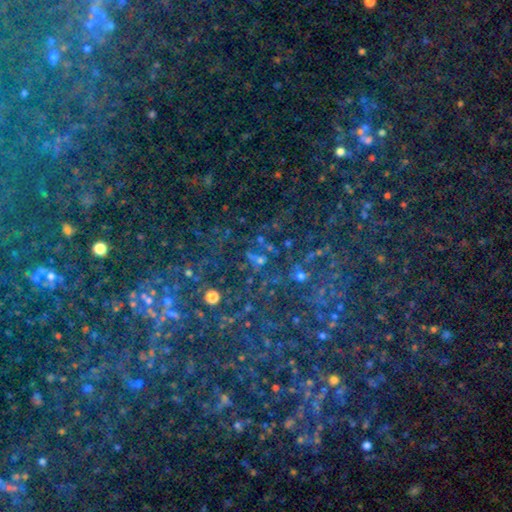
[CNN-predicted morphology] type=star or artifact (75%).